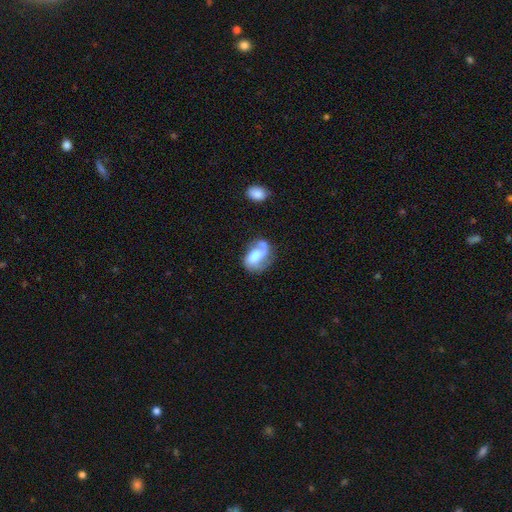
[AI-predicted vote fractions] featured or disk 57%, smooth 35%, star or artifact 8%. Down the decision tree: edge-on disk — no (97%); bar — no (59%); spiral arms — yes (76%); bulge size — large (37%); merging — none (37%).